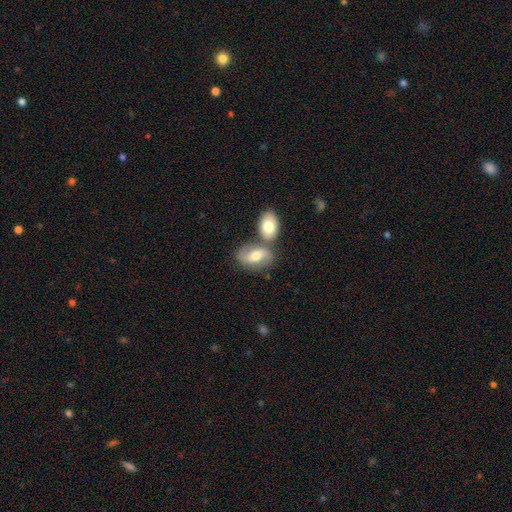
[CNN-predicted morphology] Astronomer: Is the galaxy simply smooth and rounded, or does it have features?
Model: smooth — 47% (runner-up: featured or disk, 46%).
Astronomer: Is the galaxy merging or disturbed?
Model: none — 46% (runner-up: merger, 36%).